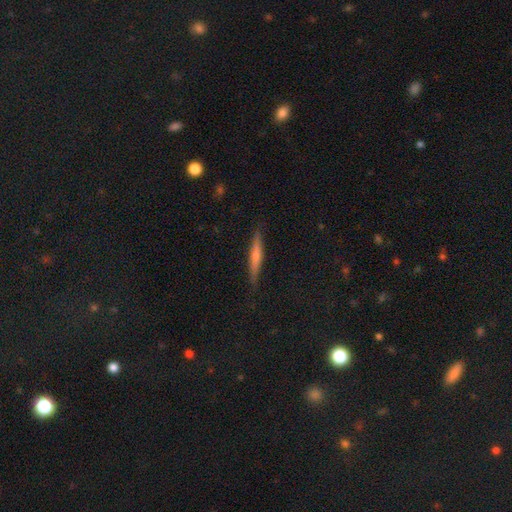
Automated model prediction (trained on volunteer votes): featured or disk 56%, smooth 34%, star or artifact 10%. Down the decision tree: edge-on disk — yes (96%); edge-on bulge — rounded (62%); merging — none (88%).